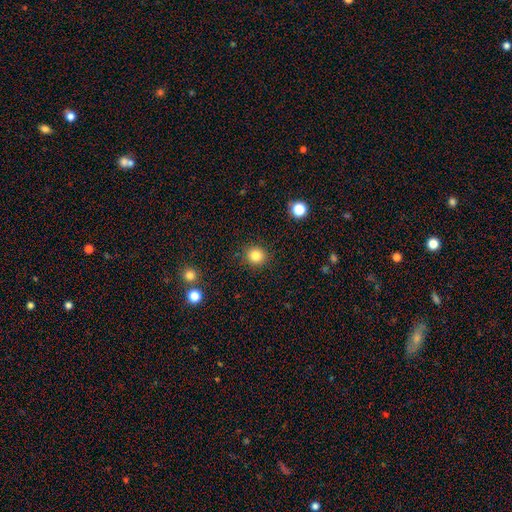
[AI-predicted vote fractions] Overall: smooth (83%). How rounded: round (90%). Merging: none (90%).